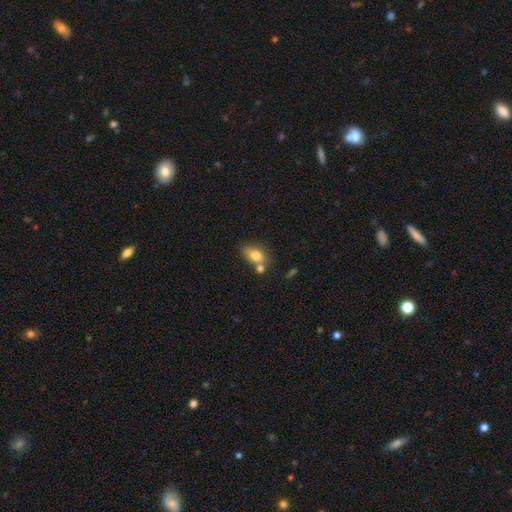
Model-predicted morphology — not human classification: The model was most divided on "merging": none: 49%, merger: 29%, minor disturbance: 17%, major disturbance: 6%. More confident: how rounded — in between (78%); smooth or featured — smooth (77%).